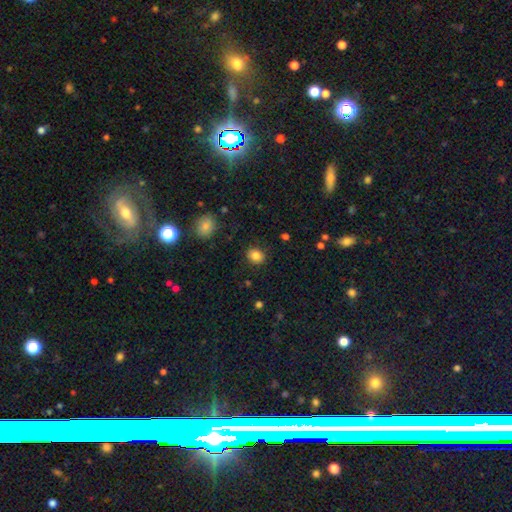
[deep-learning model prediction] This is clearly a smooth galaxy (84%). How rounded: likely round (61%). Merging: clearly none (87%).